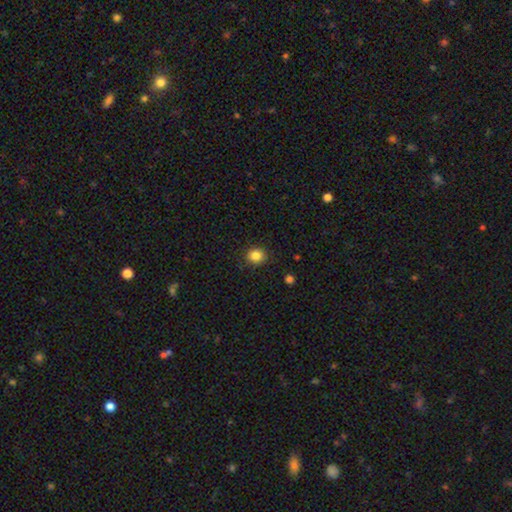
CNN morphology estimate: The model was most divided on "how rounded": round: 76%, in between: 23%, cigar-shaped: 1%. More confident: merging — none (88%); smooth or featured — smooth (85%).